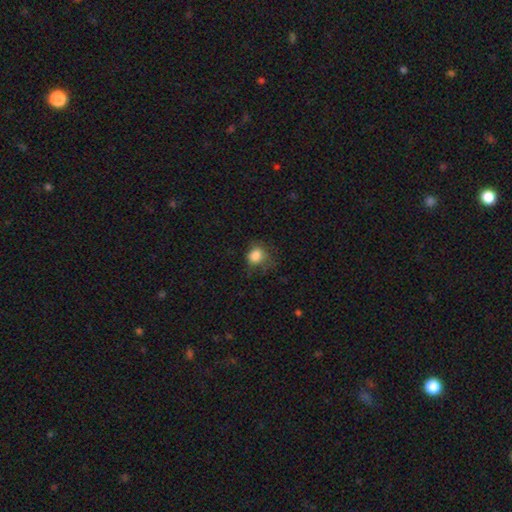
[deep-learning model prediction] Smooth or featured? smooth (84%)
How rounded? round (69%)
Merging? none (54%)